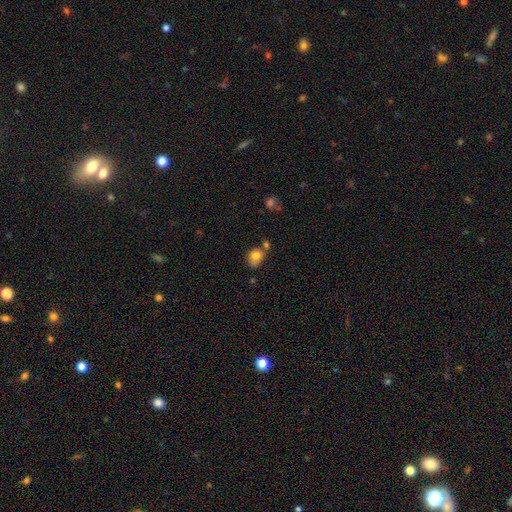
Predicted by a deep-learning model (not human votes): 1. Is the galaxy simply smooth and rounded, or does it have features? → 79% smooth, 11% featured or disk, 10% star or artifact.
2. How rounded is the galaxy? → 54% in between, 44% round, 1% cigar-shaped.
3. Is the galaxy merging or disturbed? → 41% none, 26% minor disturbance, 24% merger, 9% major disturbance.